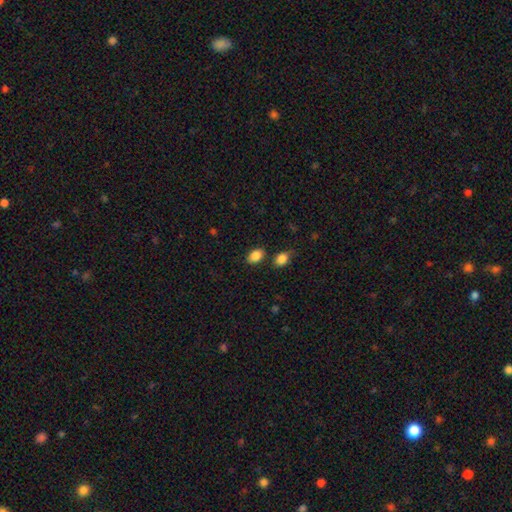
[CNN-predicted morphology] This is clearly a smooth galaxy (87%). How rounded: clearly in between (80%). Merging: likely none (76%).